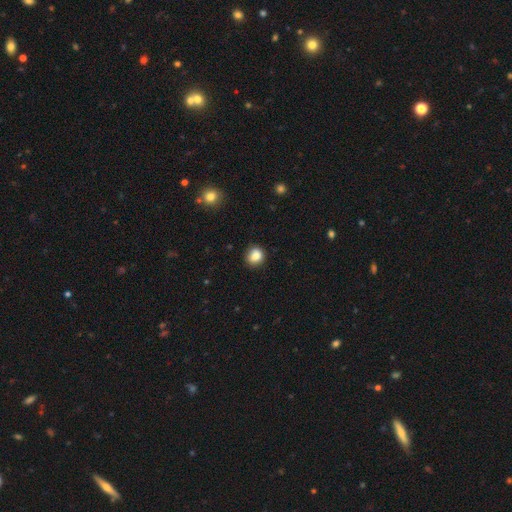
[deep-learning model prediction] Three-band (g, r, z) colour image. It shows a smooth galaxy with no disk features (85%) that is round (73%). Merging: none (80%).